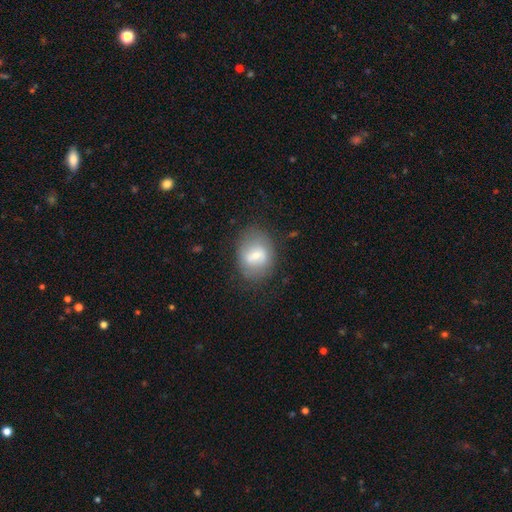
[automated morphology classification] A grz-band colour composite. It shows a smooth galaxy with no disk features (54%) that is round (49%, tied with in between). Merging: none (69%).